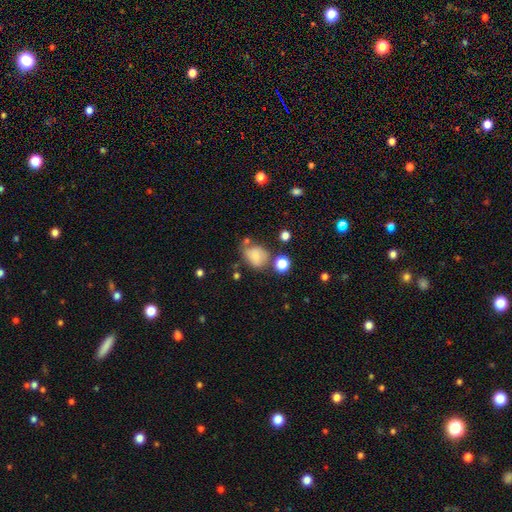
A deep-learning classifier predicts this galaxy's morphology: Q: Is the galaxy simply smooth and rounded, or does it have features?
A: smooth — 77%.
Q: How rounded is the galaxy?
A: in between — 51%.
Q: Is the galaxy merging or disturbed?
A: none — 51%.